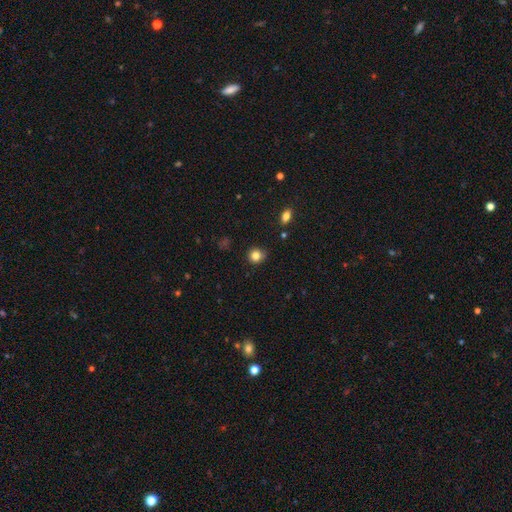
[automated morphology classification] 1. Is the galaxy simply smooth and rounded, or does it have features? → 83% smooth, 12% star or artifact, 5% featured or disk.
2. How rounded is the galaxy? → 86% round, 13% in between, 1% cigar-shaped.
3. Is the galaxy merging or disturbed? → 80% none, 15% minor disturbance, 3% major disturbance, 2% merger.